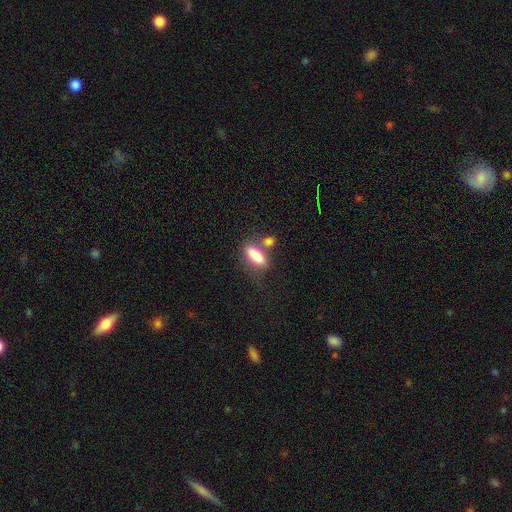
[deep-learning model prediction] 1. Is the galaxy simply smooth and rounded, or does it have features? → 79% smooth, 13% featured or disk, 8% star or artifact.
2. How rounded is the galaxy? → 63% in between, 33% cigar-shaped, 4% round.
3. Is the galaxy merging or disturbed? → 48% none, 29% merger, 15% minor disturbance, 8% major disturbance.